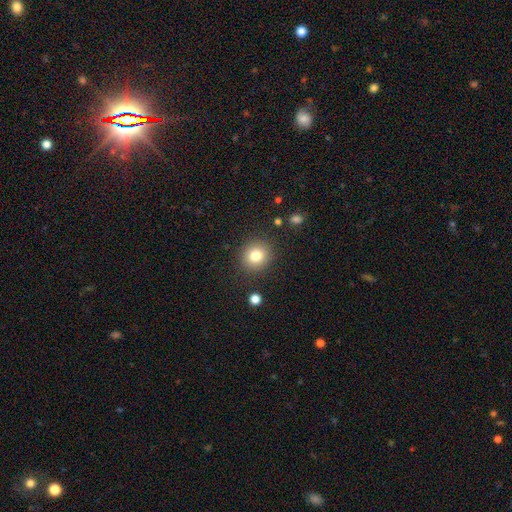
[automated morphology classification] smooth 80%, star or artifact 11%, featured or disk 8%. Down the decision tree: how rounded — round (86%); merging — none (88%).